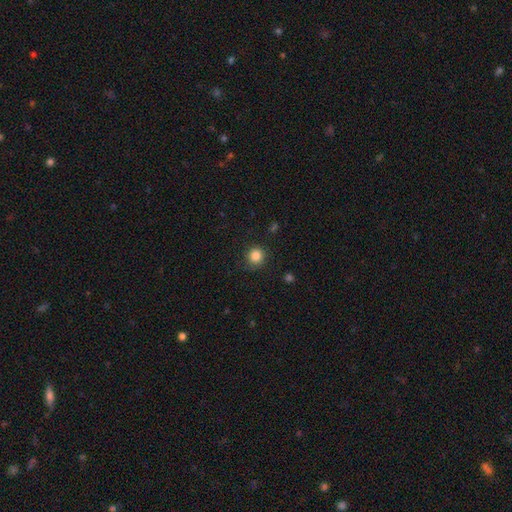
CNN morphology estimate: The model was most divided on "merging": none: 84%, minor disturbance: 11%, major disturbance: 3%, merger: 1%. More confident: how rounded — round (92%); smooth or featured — smooth (85%).